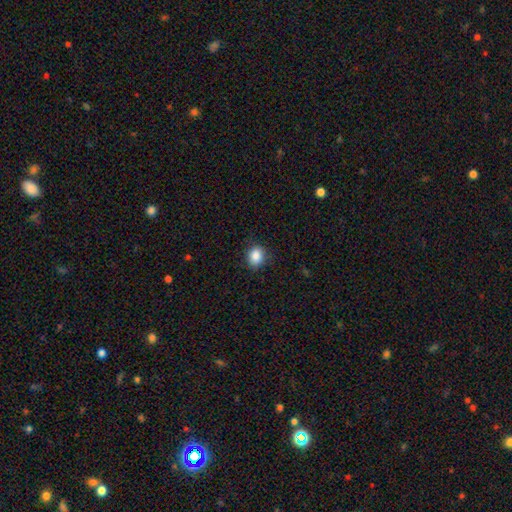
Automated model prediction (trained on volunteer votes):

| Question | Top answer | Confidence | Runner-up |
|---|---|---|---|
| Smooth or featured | smooth | 87% | star or artifact (9%) |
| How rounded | round | 58% | in between (41%) |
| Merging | none | 84% | minor disturbance (13%) |